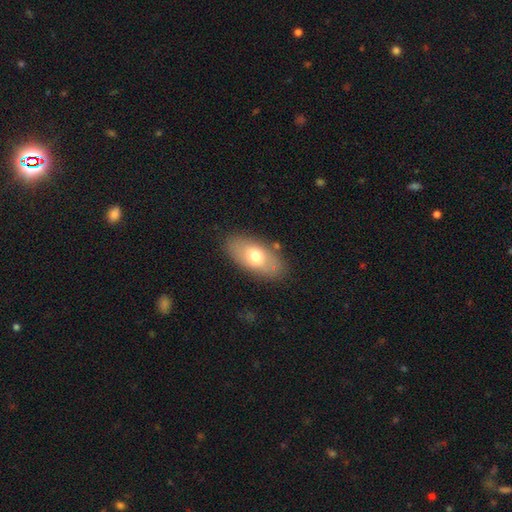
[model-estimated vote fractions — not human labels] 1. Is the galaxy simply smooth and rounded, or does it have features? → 68% smooth, 25% featured or disk, 7% star or artifact.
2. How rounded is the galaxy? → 90% in between, 5% cigar-shaped, 5% round.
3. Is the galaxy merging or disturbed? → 81% none, 12% minor disturbance, 4% major disturbance, 3% merger.